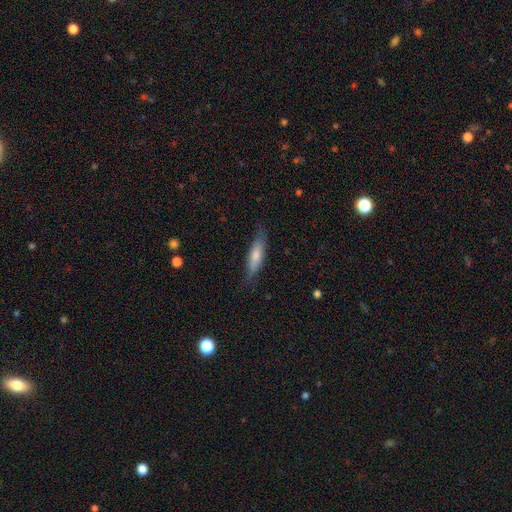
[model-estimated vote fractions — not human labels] This appears to be a smooth galaxy with no disk features (66%) that is cigar-shaped (69%). Merging: none (77%).